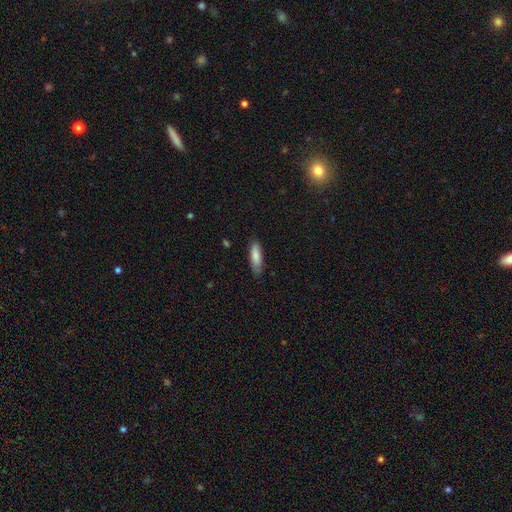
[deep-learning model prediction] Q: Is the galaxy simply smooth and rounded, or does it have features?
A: smooth — 83%.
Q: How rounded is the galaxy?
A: in between — 50%.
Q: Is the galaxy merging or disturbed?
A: none — 78%.